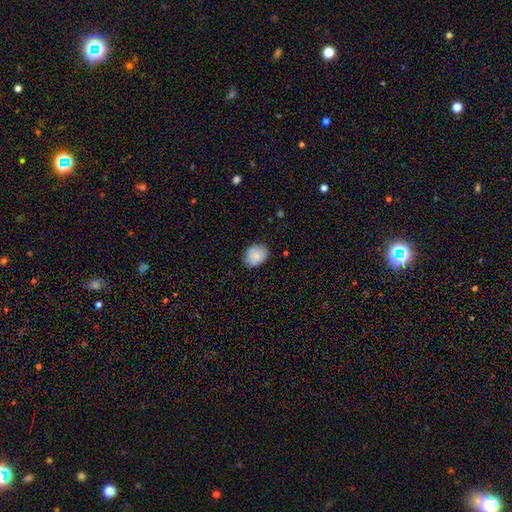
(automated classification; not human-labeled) Overall: smooth (85%). How rounded: in between (52%; round 47%). Merging: none (80%).